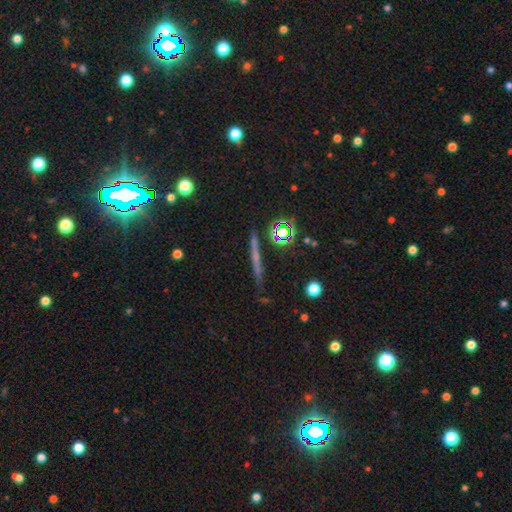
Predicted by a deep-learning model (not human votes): smooth-or-featured: featured or disk: 44% | smooth: 36% | star or artifact: 20%
  merging: none: 86% | minor disturbance: 9% | merger: 3% | major disturbance: 2%